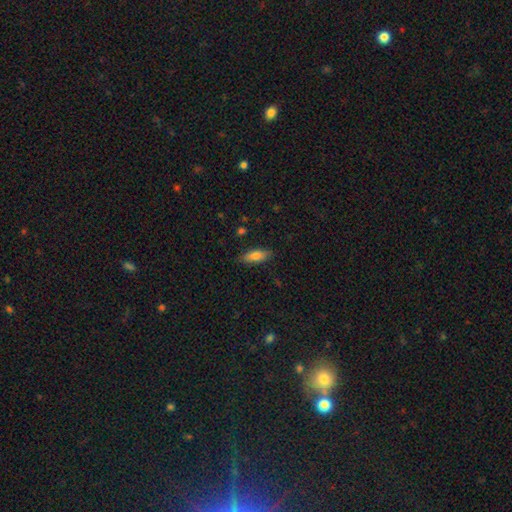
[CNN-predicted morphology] The model was most divided on "how rounded": in between: 66%, cigar-shaped: 31%, round: 2%. More confident: merging — none (85%); smooth or featured — smooth (77%).